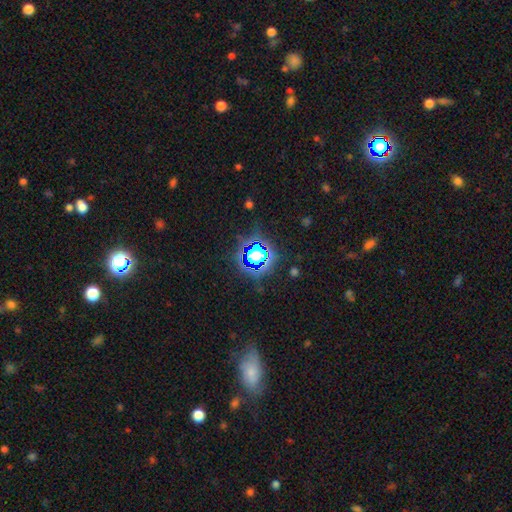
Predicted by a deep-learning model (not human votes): The model was most divided on "smooth or featured": star or artifact: 66%, smooth: 22%, featured or disk: 11%.